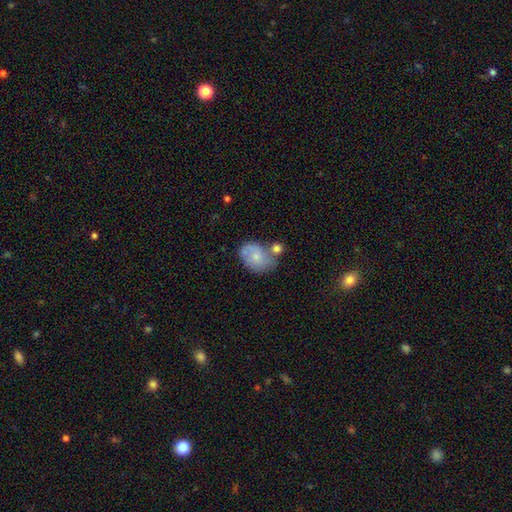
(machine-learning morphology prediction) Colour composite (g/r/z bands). It shows a smooth galaxy with no disk features (63%) that is in between round and cigar-shaped (70%). Merging: none (38%).